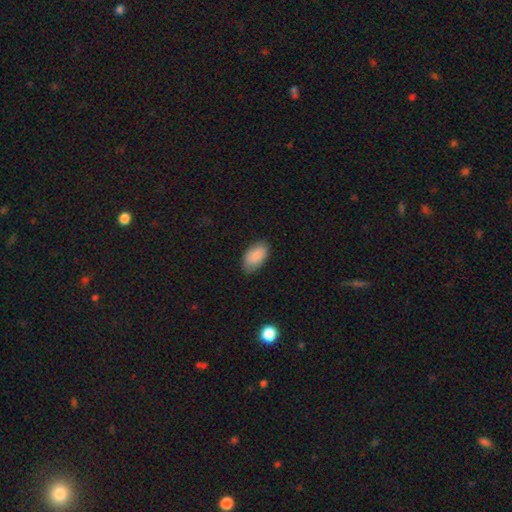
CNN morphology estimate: A smooth galaxy with no disk features (88%) that is in between round and cigar-shaped (95%). Merging: none (81%).